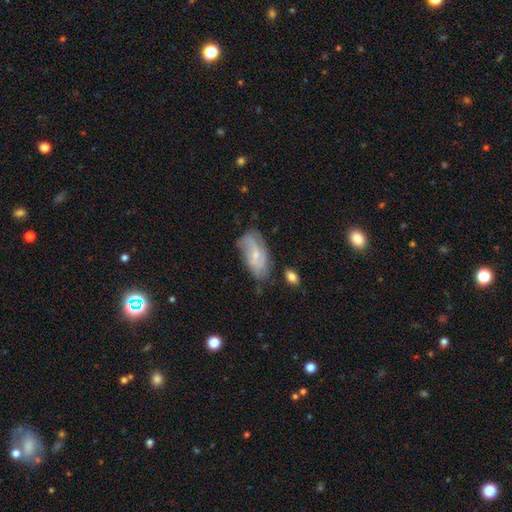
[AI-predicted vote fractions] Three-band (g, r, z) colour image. It shows a featured or disk galaxy (62%) with no bar (49%), spiral arms (83%) and a small central bulge (67%). Merging: none (60%).